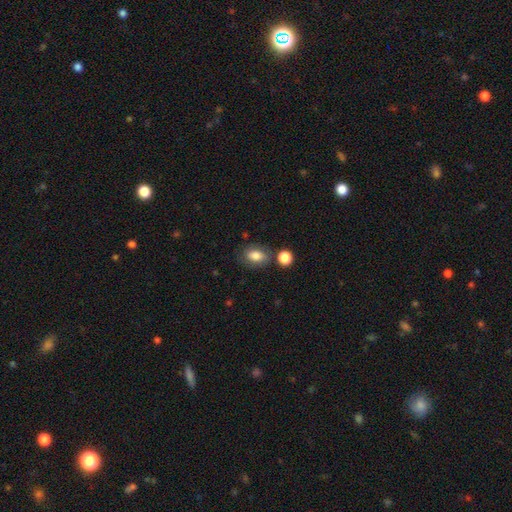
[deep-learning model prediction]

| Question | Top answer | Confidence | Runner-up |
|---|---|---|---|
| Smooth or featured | smooth | 81% | featured or disk (10%) |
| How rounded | in between | 80% | round (18%) |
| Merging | none | 71% | minor disturbance (15%) |